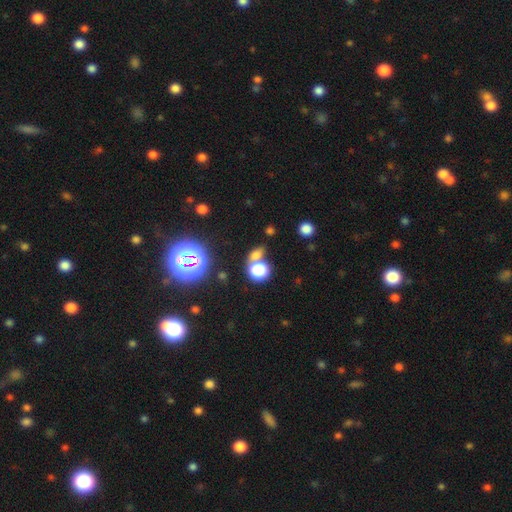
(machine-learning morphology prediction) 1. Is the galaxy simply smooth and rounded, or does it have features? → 66% smooth, 23% star or artifact, 11% featured or disk.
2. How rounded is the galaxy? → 53% round, 43% in between, 4% cigar-shaped.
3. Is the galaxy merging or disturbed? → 44% merger, 41% none, 9% minor disturbance, 6% major disturbance.